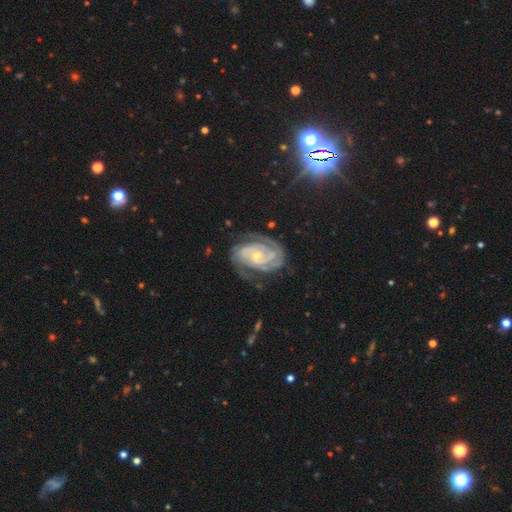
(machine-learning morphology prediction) smooth-or-featured: featured or disk: 88% | star or artifact: 7% | smooth: 5%
  disk-edge-on: no: 97% | yes: 3%
    bar: no: 66% | weak: 24% | strong: 10%
    has-spiral-arms: yes: 98% | no: 2%
      spiral-winding: tight: 70% | medium: 25% | loose: 4%
      spiral-arm-count: 2: 42% | 3: 24% | can't tell: 15% | 4: 8% | 1: 5% | more than 4: 5%
    bulge-size: small: 69% | moderate: 27% | none: 2% | large: 1% | dominant: 1%
  merging: none: 70% | minor disturbance: 19% | major disturbance: 9% | merger: 2%